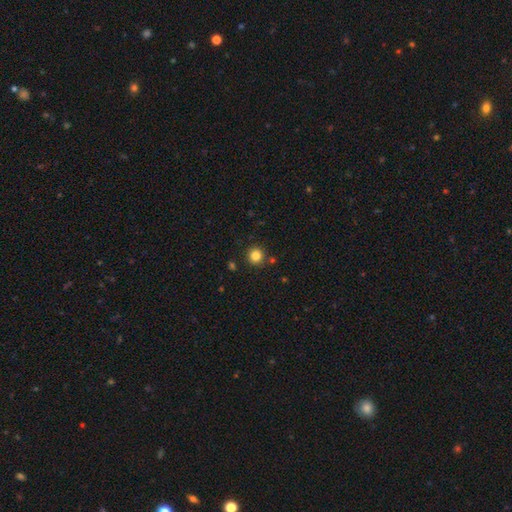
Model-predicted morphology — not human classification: Smooth or featured?
  - smooth: 83% *
  - star or artifact: 12%
  - featured or disk: 5%
How rounded?
  - round: 94% *
  - in between: 5%
  - cigar-shaped: 1%
Merging?
  - none: 88% *
  - minor disturbance: 7%
  - merger: 4%
  - major disturbance: 2%